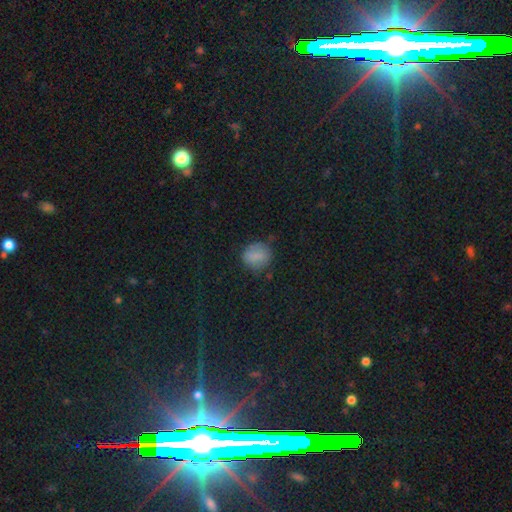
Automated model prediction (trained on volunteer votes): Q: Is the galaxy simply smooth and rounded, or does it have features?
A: smooth — 78%.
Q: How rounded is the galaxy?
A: round — 72%.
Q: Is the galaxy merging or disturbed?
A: none — 71%.